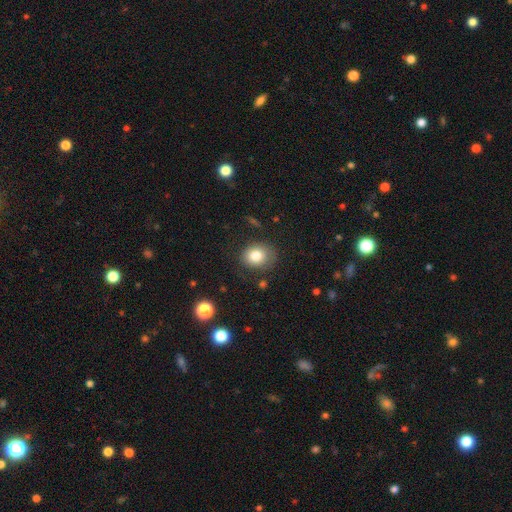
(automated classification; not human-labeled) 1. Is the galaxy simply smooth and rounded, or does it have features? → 79% smooth, 11% featured or disk, 10% star or artifact.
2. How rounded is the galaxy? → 59% round, 40% in between, 1% cigar-shaped.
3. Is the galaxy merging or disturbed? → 77% none, 16% minor disturbance, 5% major disturbance, 2% merger.